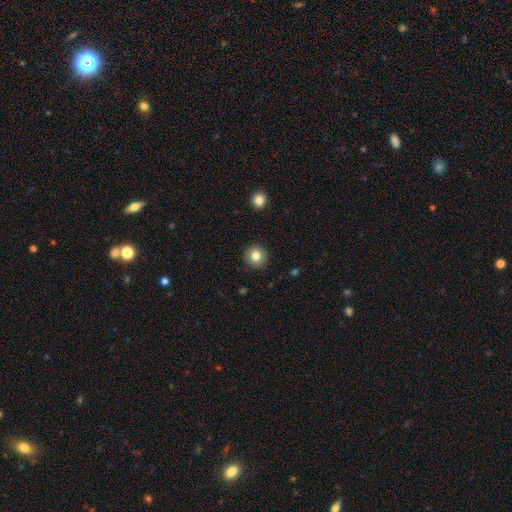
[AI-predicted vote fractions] smooth 82%, star or artifact 10%, featured or disk 8%. Down the decision tree: how rounded — round (91%); merging — none (91%).